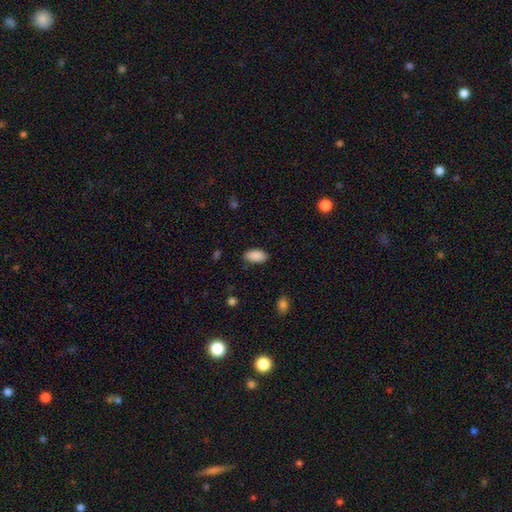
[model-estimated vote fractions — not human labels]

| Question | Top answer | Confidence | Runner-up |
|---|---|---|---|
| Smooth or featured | smooth | 90% | star or artifact (7%) |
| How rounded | in between | 94% | cigar-shaped (4%) |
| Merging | none | 85% | minor disturbance (11%) |